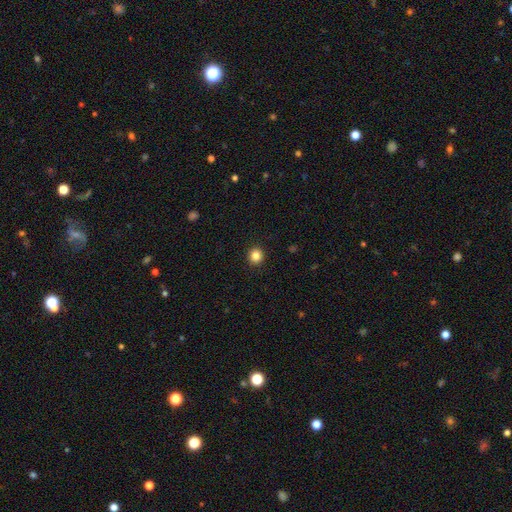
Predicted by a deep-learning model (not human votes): Smooth or featured? smooth (84%)
How rounded? round (92%)
Merging? none (93%)